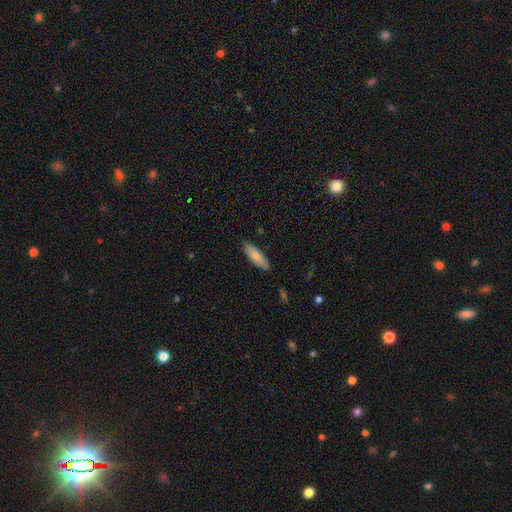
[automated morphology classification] Q: Smooth or featured?
A: smooth (84%); runner-up: featured or disk (10%)
Q: How rounded?
A: in between (54%); runner-up: cigar-shaped (45%)
Q: Merging?
A: none (87%); runner-up: minor disturbance (10%)